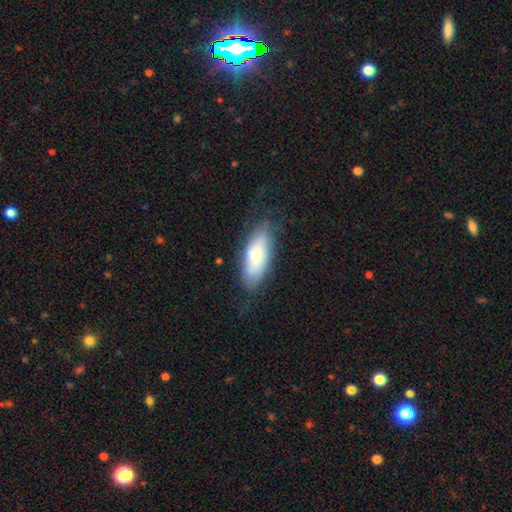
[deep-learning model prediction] Smooth or featured?
  - smooth: 69% *
  - featured or disk: 24%
  - star or artifact: 7%
How rounded?
  - in between: 75% *
  - cigar-shaped: 23%
  - round: 2%
Merging?
  - none: 71% *
  - minor disturbance: 21%
  - major disturbance: 6%
  - merger: 1%